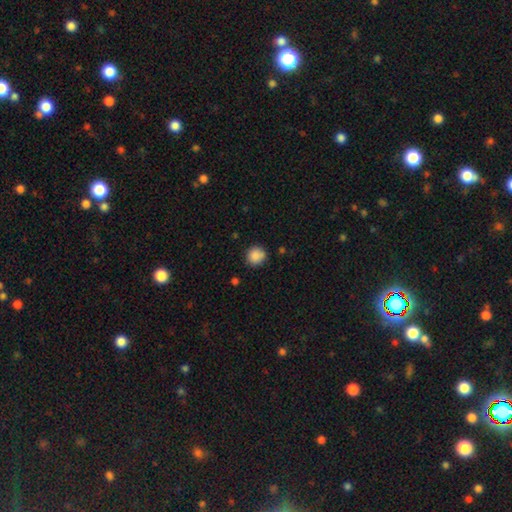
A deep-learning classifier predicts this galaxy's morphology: Smooth or featured?
  - smooth: 88% *
  - star or artifact: 9%
  - featured or disk: 3%
How rounded?
  - round: 90% *
  - in between: 9%
  - cigar-shaped: 1%
Merging?
  - none: 83% *
  - minor disturbance: 13%
  - major disturbance: 3%
  - merger: 2%